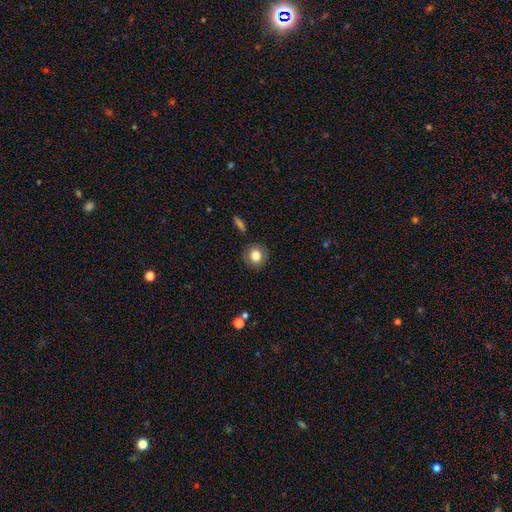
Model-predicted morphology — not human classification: Q: Smooth or featured?
A: smooth (82%); runner-up: star or artifact (10%)
Q: How rounded?
A: round (85%); runner-up: in between (14%)
Q: Merging?
A: none (88%); runner-up: minor disturbance (8%)